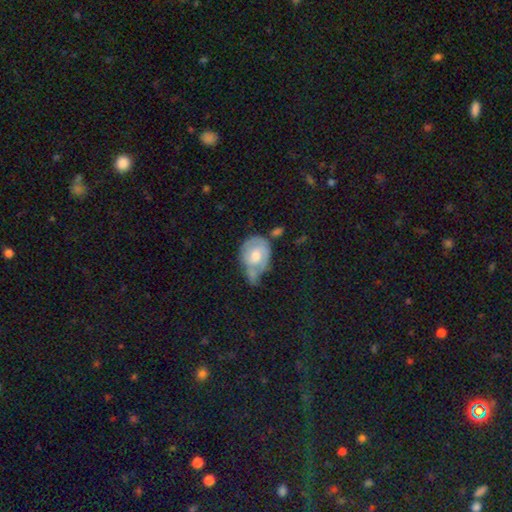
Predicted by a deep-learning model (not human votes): This is possibly a smooth galaxy (48%). Merging: marginally minor disturbance (31%).